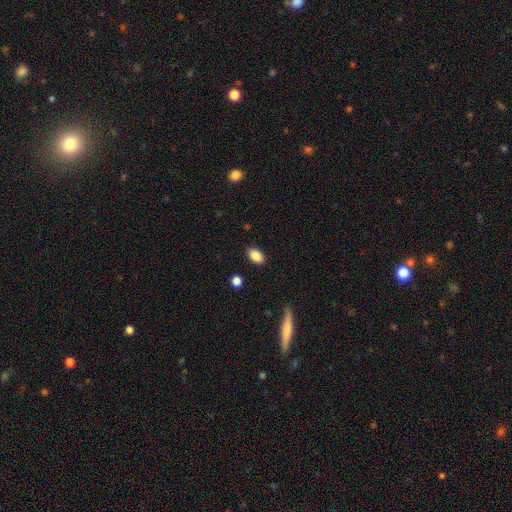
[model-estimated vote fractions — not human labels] Overall: smooth (87%). How rounded: in between (89%). Merging: none (87%).